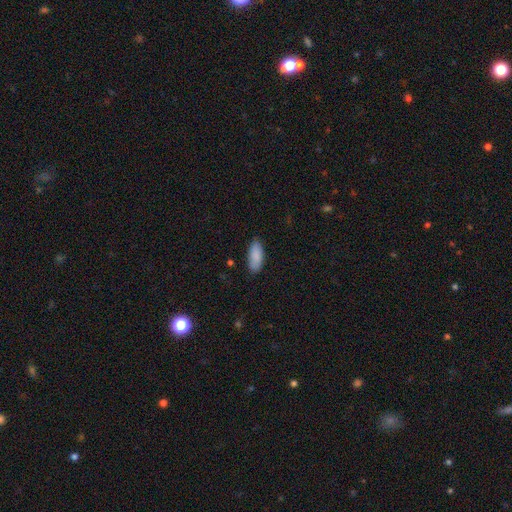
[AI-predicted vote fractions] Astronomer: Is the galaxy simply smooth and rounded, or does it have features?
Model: smooth — 89%.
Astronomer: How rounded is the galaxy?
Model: in between — 81%.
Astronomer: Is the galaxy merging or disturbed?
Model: none — 85%.